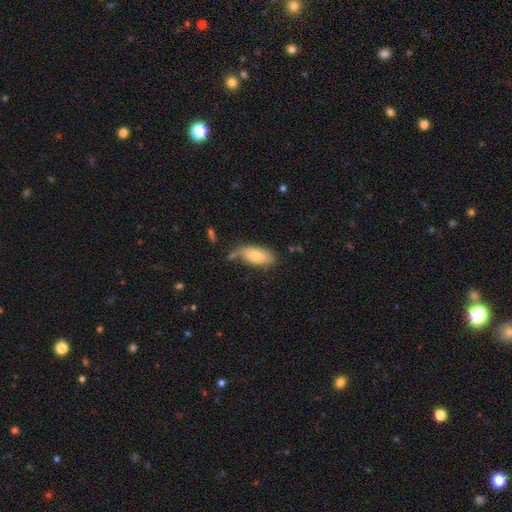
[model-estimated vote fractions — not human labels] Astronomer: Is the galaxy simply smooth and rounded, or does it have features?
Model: smooth — 77%.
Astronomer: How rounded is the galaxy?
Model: in between — 90%.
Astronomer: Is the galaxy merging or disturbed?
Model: none — 52% (runner-up: minor disturbance, 28%).